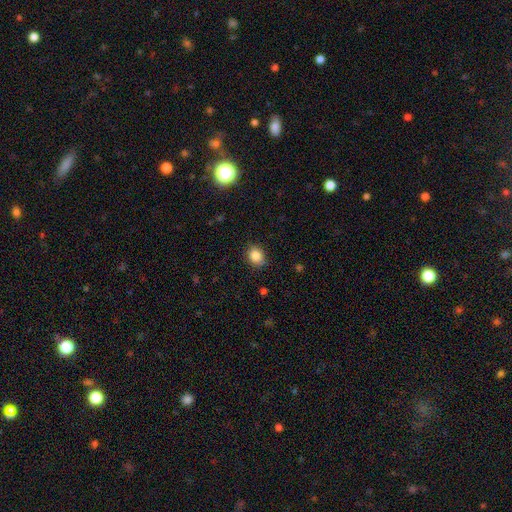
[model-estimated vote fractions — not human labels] This is clearly a smooth galaxy (85%). How rounded: likely round (61%). Merging: clearly none (84%).